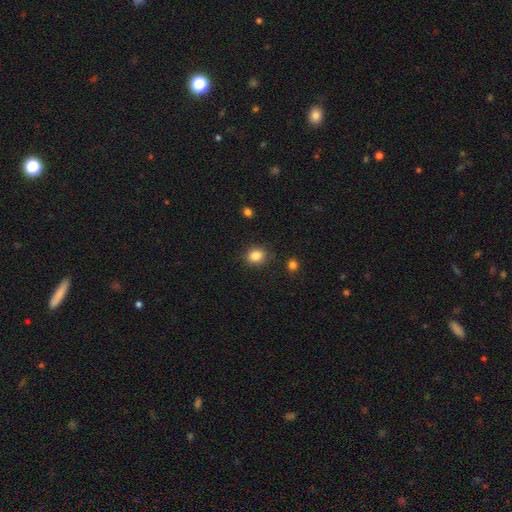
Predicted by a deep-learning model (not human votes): smooth-or-featured: smooth: 86% | star or artifact: 10% | featured or disk: 4%
  how-rounded: round: 58% | in between: 41% | cigar-shaped: 1%
  merging: none: 85% | minor disturbance: 10% | major disturbance: 3% | merger: 2%